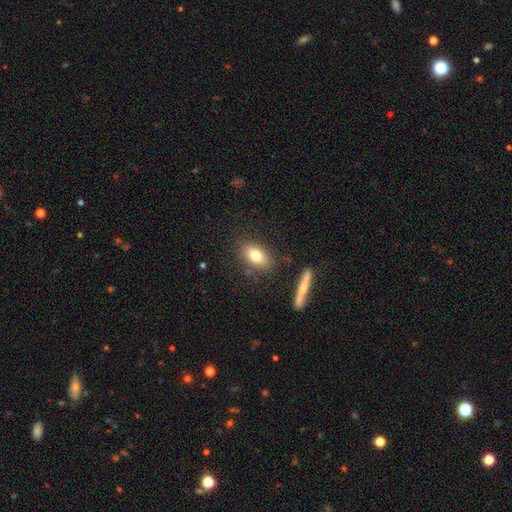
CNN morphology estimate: Smooth or featured?
  - smooth: 76% *
  - featured or disk: 15%
  - star or artifact: 9%
How rounded?
  - in between: 82% *
  - round: 13%
  - cigar-shaped: 5%
Merging?
  - none: 80% *
  - minor disturbance: 12%
  - merger: 5%
  - major disturbance: 4%